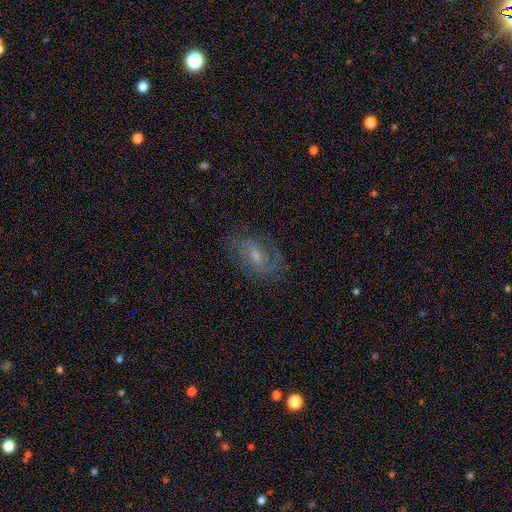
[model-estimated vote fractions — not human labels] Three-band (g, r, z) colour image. It shows a featured or disk galaxy (61%) with a weak bar (51%), spiral arms (83%) and a small central bulge (45%). Merging: none (74%).